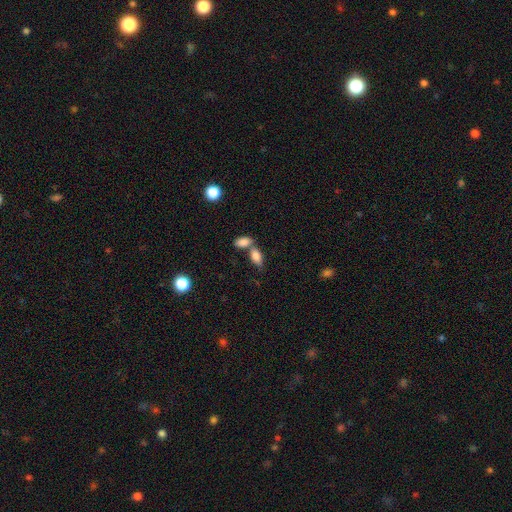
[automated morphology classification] smooth_or_featured: smooth (p=0.82) [alt: featured or disk p=0.10]
how_rounded: in between (p=0.89) [alt: cigar-shaped p=0.06]
merging: merger (p=0.47) [alt: none p=0.39]